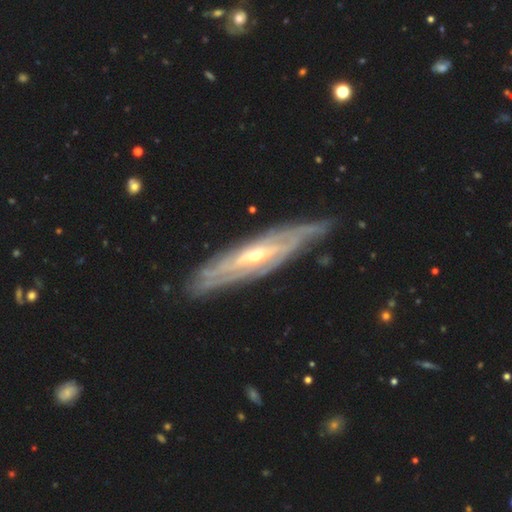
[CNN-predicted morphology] Q: Smooth or featured?
A: featured or disk (86%); runner-up: smooth (9%)
Q: Edge-on disk?
A: no (59%); runner-up: yes (41%)
Q: Bar?
A: no (42%); runner-up: weak (36%)
Q: Spiral arms?
A: yes (88%); runner-up: no (12%)
Q: Bulge size?
A: small (60%); runner-up: moderate (36%)
Q: Merging?
A: none (80%); runner-up: minor disturbance (15%)